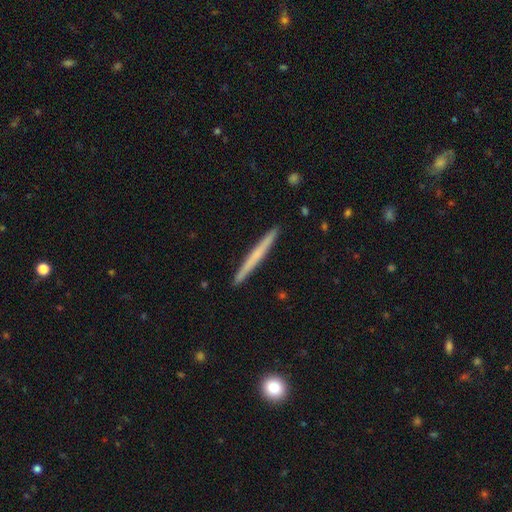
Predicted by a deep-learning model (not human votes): smooth 51%, featured or disk 44%, star or artifact 6%. Down the decision tree: how rounded — cigar-shaped (97%); merging — none (93%).